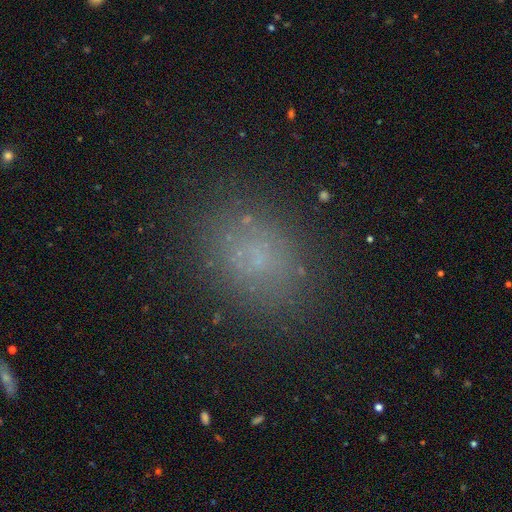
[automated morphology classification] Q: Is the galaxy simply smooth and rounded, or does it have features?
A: smooth — 64%.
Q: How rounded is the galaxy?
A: in between — 55%.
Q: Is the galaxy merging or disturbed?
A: none — 80%.